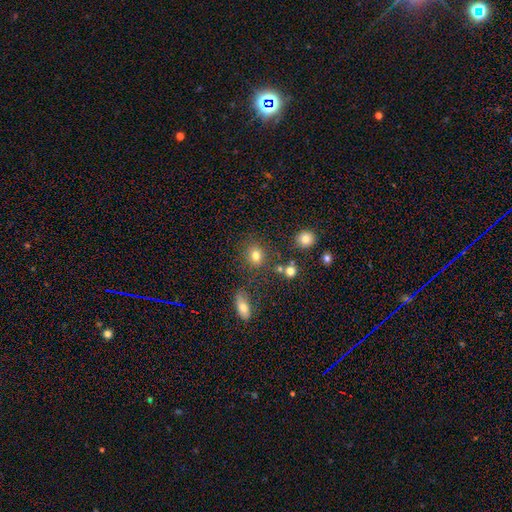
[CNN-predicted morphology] Smooth or featured?
  - smooth: 78% *
  - star or artifact: 14%
  - featured or disk: 8%
How rounded?
  - round: 76% *
  - in between: 22%
  - cigar-shaped: 1%
Merging?
  - none: 78% *
  - minor disturbance: 11%
  - merger: 7%
  - major disturbance: 4%